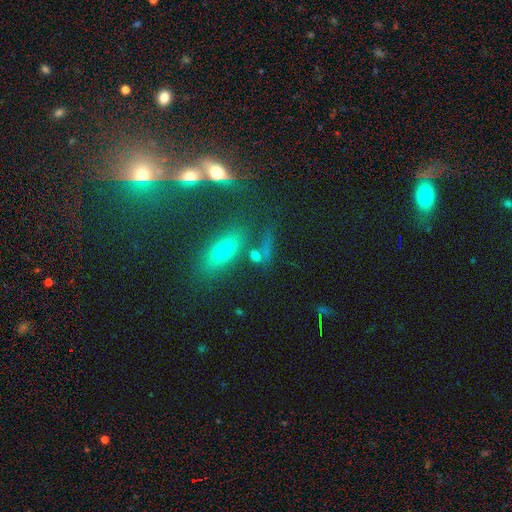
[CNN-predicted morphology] A smooth galaxy with no disk features (62%) that is in between round and cigar-shaped (51%). Merging: none (60%).